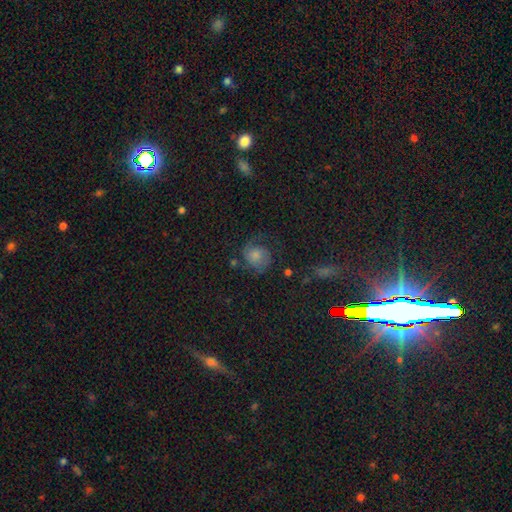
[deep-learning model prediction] The model was most divided on "smooth or featured": smooth: 53%, featured or disk: 34%, star or artifact: 13%. Remaining: how rounded — round (74%); merging — none (49%).